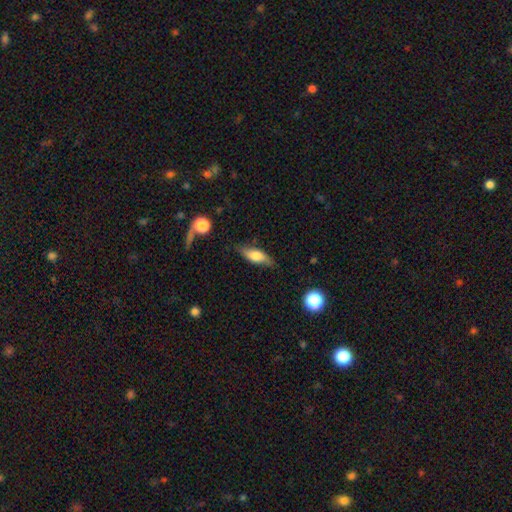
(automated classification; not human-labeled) The model was most divided on "how rounded": in between: 60%, cigar-shaped: 37%, round: 3%. More confident: merging — none (74%); smooth or featured — smooth (60%).